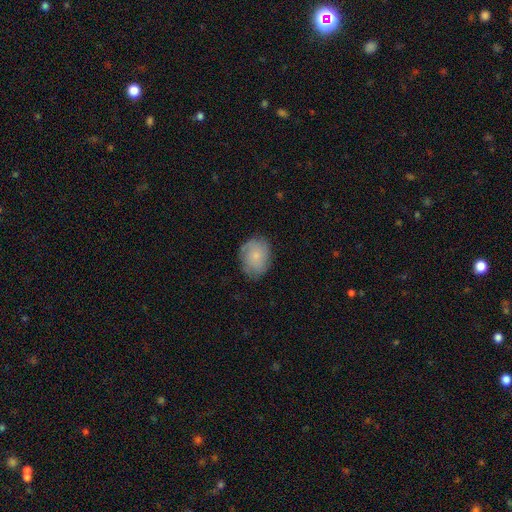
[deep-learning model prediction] The model was most divided on "how rounded": in between: 55%, round: 44%, cigar-shaped: 1%. More confident: merging — none (73%); smooth or featured — smooth (66%).